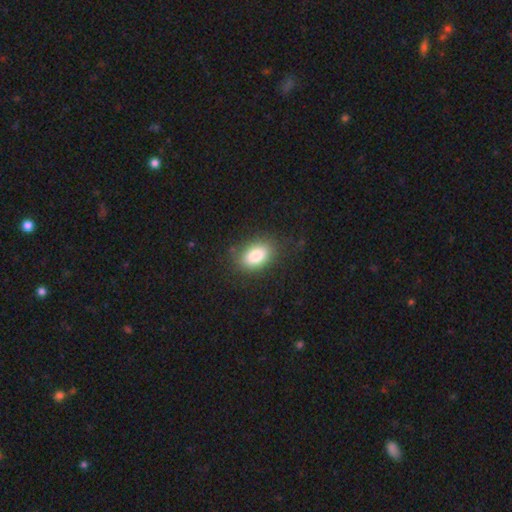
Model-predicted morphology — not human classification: This is clearly a smooth galaxy (83%). How rounded: clearly in between (86%). Merging: likely none (80%).